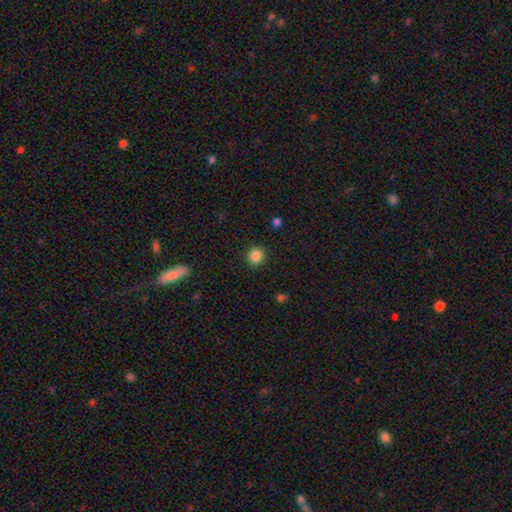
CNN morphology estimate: Smooth or featured? smooth (86%)
How rounded? round (81%)
Merging? none (89%)